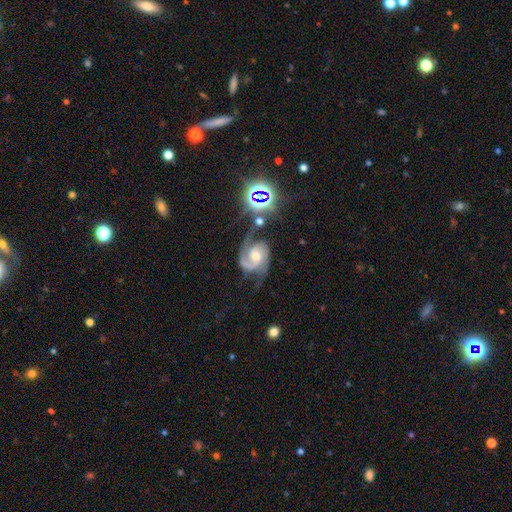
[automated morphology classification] Q: Smooth or featured?
A: featured or disk (86%); runner-up: star or artifact (9%)
Q: Edge-on disk?
A: no (98%); runner-up: yes (2%)
Q: Bar?
A: no (53%); runner-up: weak (37%)
Q: Spiral arms?
A: yes (98%); runner-up: no (2%)
Q: Spiral winding?
A: medium (55%); runner-up: tight (30%)
Q: Spiral arm count?
A: 2 (85%); runner-up: 3 (5%)
Q: Bulge size?
A: moderate (63%); runner-up: small (27%)
Q: Merging?
A: none (57%); runner-up: minor disturbance (23%)